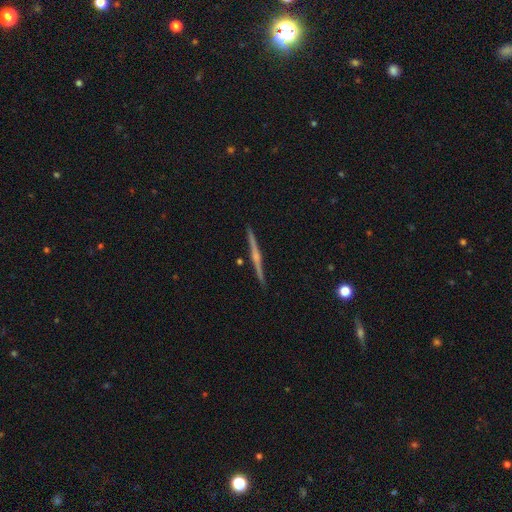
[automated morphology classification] featured or disk 78%, smooth 16%, star or artifact 6%. Down the decision tree: edge-on disk — yes (98%); edge-on bulge — rounded (71%); merging — none (92%).